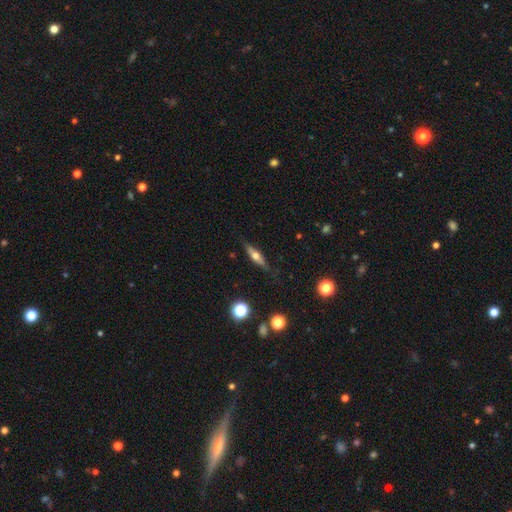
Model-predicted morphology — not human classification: This appears to be a featured or disk galaxy (58%) viewed edge-on (93%) with a rounded central bulge (91%). Merging: none (81%).